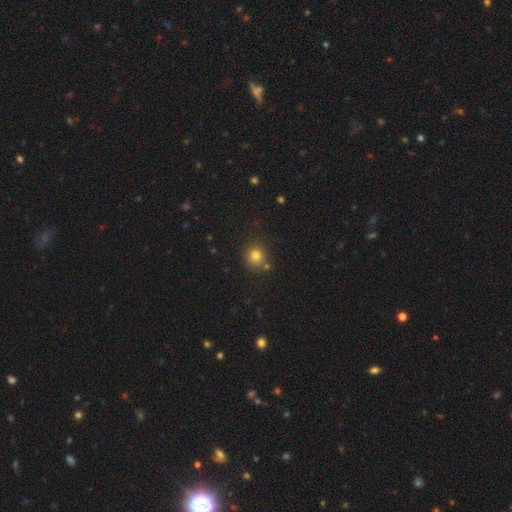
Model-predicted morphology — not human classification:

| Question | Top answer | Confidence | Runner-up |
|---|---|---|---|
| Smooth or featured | smooth | 78% | star or artifact (15%) |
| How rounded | round | 90% | in between (9%) |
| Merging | none | 79% | minor disturbance (10%) |